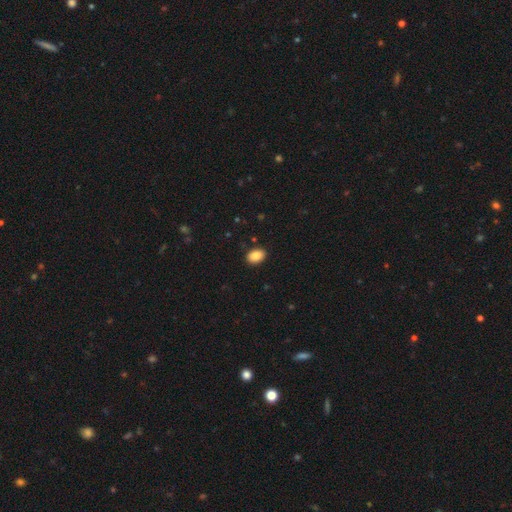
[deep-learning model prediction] Morphology: type=smooth (88%); roundness=in between (82%); merging=none (89%).